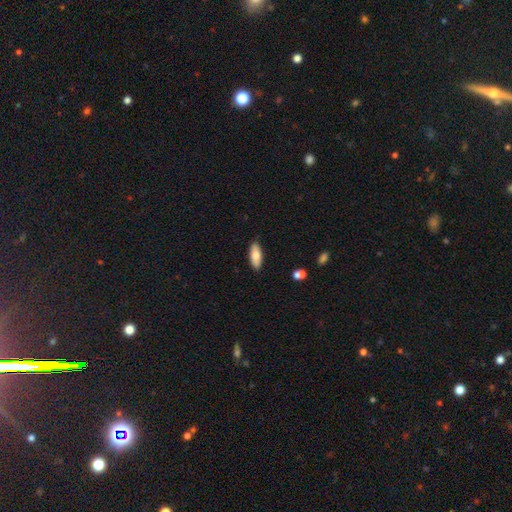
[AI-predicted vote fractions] A smooth galaxy with no disk features (79%) that is in between round and cigar-shaped (75%).

Vote fractions:
- Smooth or featured? smooth: 79% / featured or disk: 15% / star or artifact: 6%
- How rounded? in between: 75% / cigar-shaped: 23% / round: 2%
- Merging? none: 87% / minor disturbance: 10% / major disturbance: 2% / merger: 1%